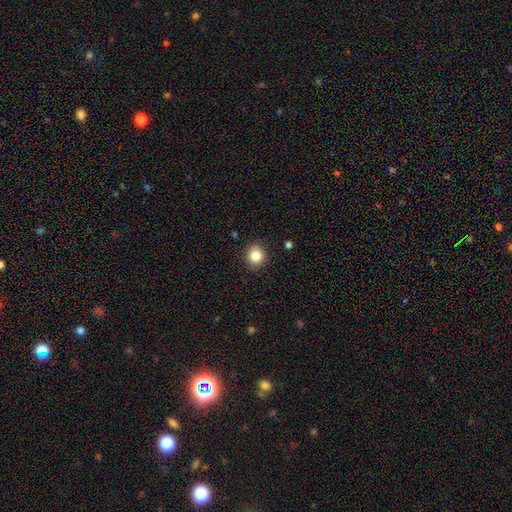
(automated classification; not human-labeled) This appears to be a smooth galaxy with no disk features (84%) that is round (84%). Merging: none (90%).